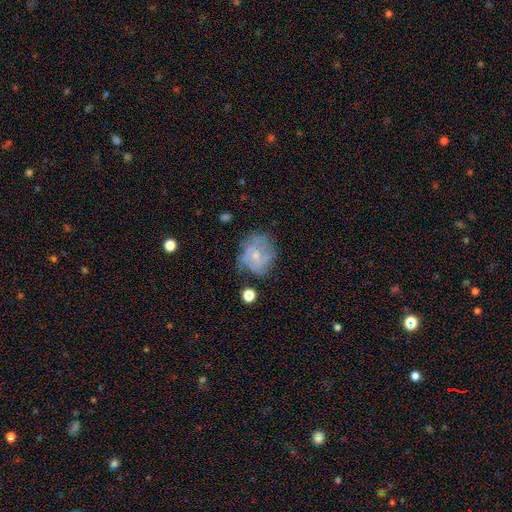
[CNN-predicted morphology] A featured or disk galaxy (65%) with no bar (77%), tight (50%) spiral arms (79%) and a small central bulge (69%).

Vote fractions:
- Smooth or featured? featured or disk: 65% / smooth: 26% / star or artifact: 10%
- Edge-on disk? no: 98% / yes: 2%
- Bar? no: 77% / weak: 20% / strong: 3%
- Spiral arms? yes: 79% / no: 21%
- Spiral winding? tight: 50% / medium: 35% / loose: 14%
- Spiral arm count? can't tell: 47% / 3: 17% / 4: 14% / 2: 12% / more than 4: 6% / 1: 5%
- Bulge size? small: 69% / moderate: 24% / none: 4% / large: 1% / dominant: 1%
- Merging? none: 60% / minor disturbance: 24% / major disturbance: 13% / merger: 3%